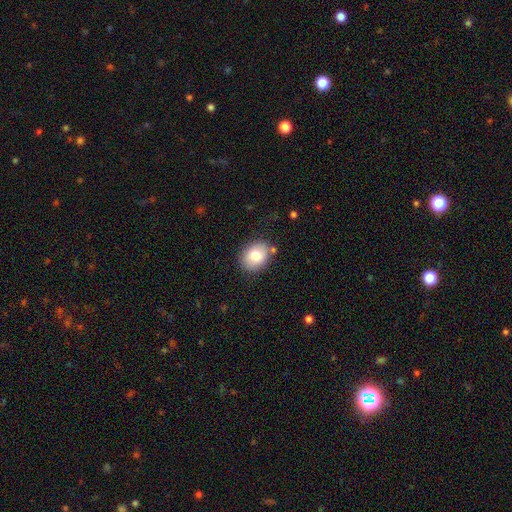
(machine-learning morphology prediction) A smooth galaxy with no disk features (78%) that is in between round and cigar-shaped (54%). Merging: none (82%).